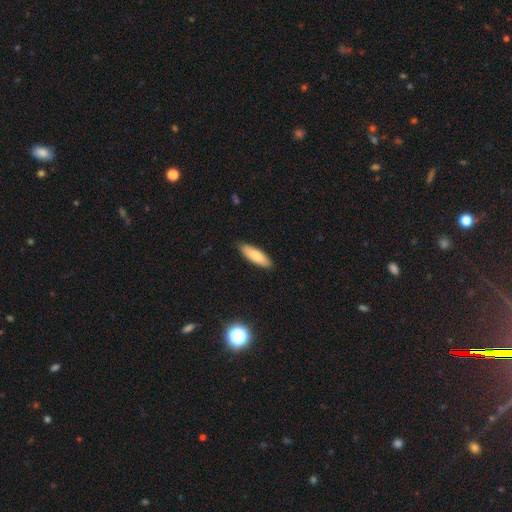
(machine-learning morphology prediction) Overall: smooth (83%). How rounded: in between (55%; cigar-shaped 44%). Merging: none (87%).